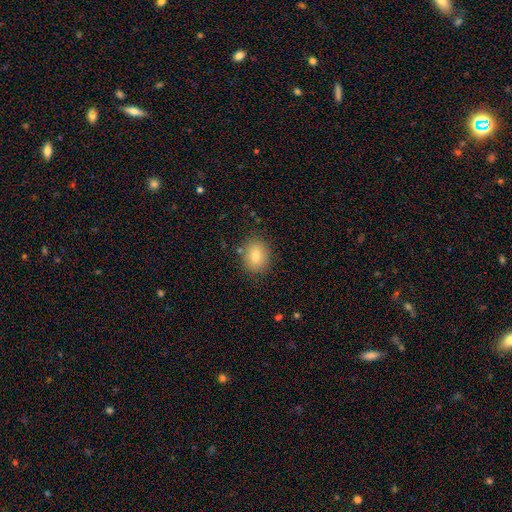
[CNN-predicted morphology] The model was most divided on "how rounded": in between: 52%, round: 47%, cigar-shaped: 1%. More confident: merging — none (84%); smooth or featured — smooth (79%).